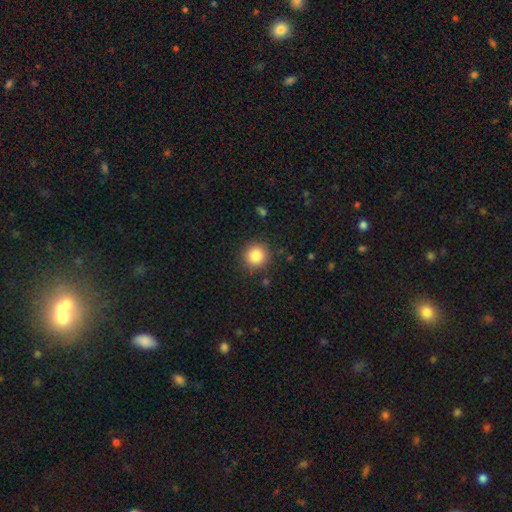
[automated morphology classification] Q: Smooth or featured?
A: smooth (86%); runner-up: star or artifact (10%)
Q: How rounded?
A: round (93%); runner-up: in between (6%)
Q: Merging?
A: none (89%); runner-up: minor disturbance (7%)